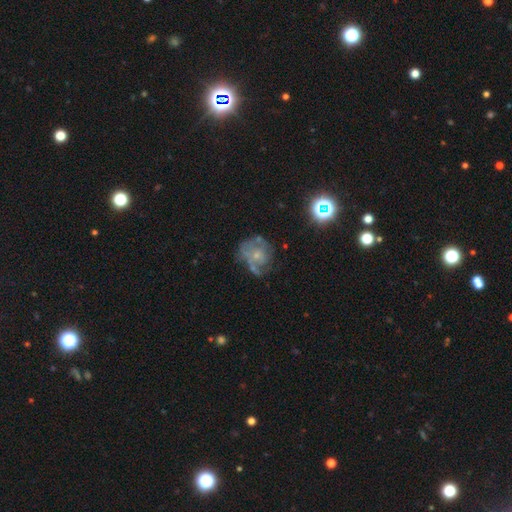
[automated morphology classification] smooth-or-featured: featured or disk: 62% | smooth: 27% | star or artifact: 11%
  disk-edge-on: no: 98% | yes: 2%
    bar: no: 83% | weak: 14% | strong: 2%
    has-spiral-arms: yes: 56% | no: 44%
    bulge-size: small: 57% | moderate: 31% | none: 8% | large: 2% | dominant: 1%
  merging: none: 43% | major disturbance: 26% | minor disturbance: 24% | merger: 7%